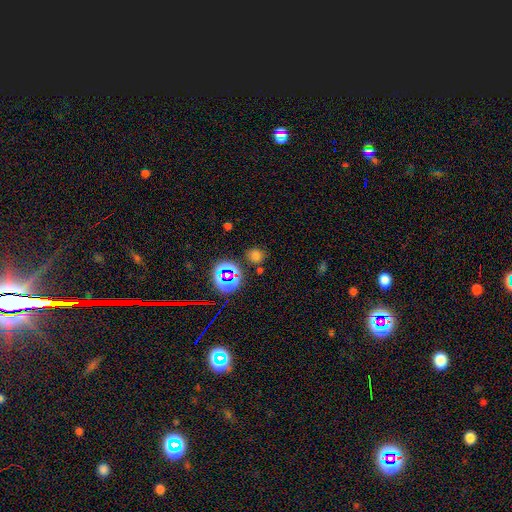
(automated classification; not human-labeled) Smooth or featured: smooth — 63% (star or artifact — 31%)
How rounded: round — 82% (in between — 17%)
Merging: none — 78% (minor disturbance — 11%)